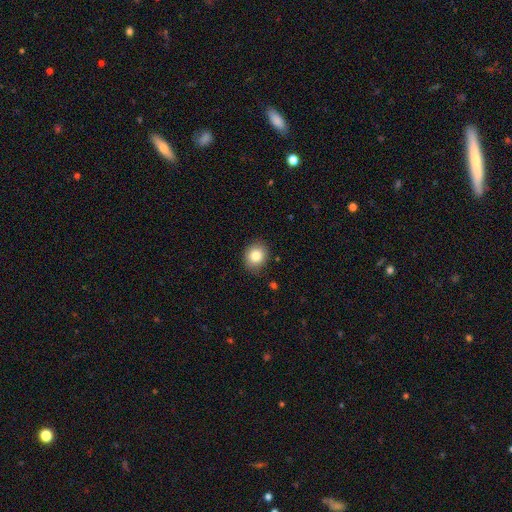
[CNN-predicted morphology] Overall: smooth (84%). How rounded: round (69%; in between 30%). Merging: none (84%).